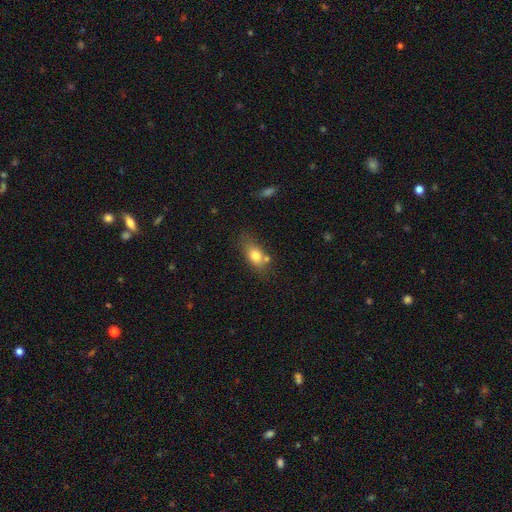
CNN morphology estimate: A smooth galaxy with no disk features (76%) that is in between round and cigar-shaped (78%). Merging: none (62%).